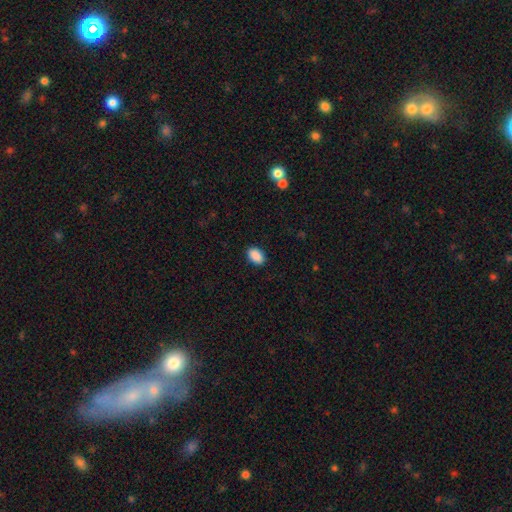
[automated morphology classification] Q: Smooth or featured?
A: smooth (90%); runner-up: star or artifact (7%)
Q: How rounded?
A: in between (90%); runner-up: round (9%)
Q: Merging?
A: none (89%); runner-up: minor disturbance (8%)